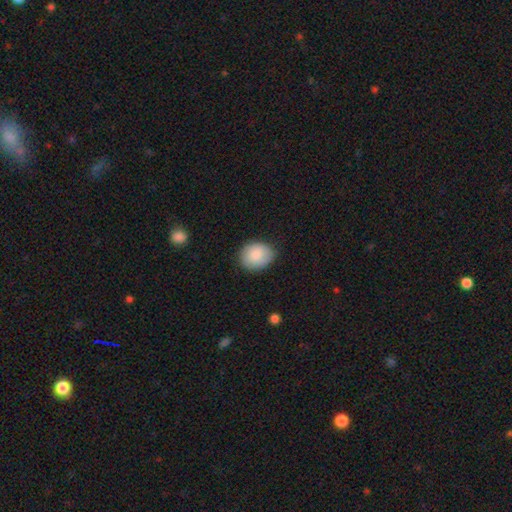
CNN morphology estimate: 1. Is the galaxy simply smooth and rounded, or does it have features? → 85% smooth, 8% featured or disk, 7% star or artifact.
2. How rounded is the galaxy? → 55% round, 44% in between, 1% cigar-shaped.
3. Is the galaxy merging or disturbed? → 78% none, 17% minor disturbance, 3% major disturbance, 1% merger.